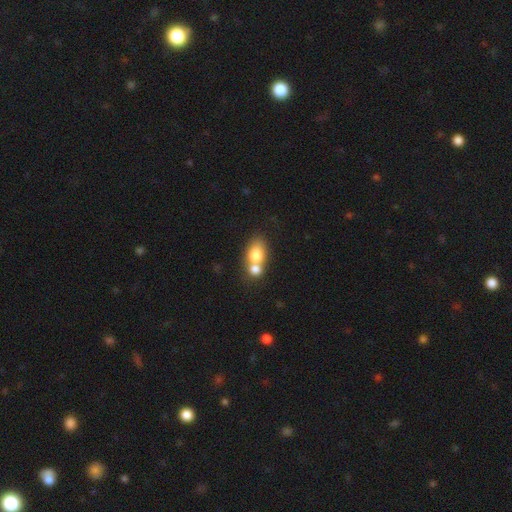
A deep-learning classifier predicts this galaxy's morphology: smooth_or_featured: smooth (p=0.74) [alt: featured or disk p=0.16]
how_rounded: in between (p=0.65) [alt: round p=0.33]
merging: merger (p=0.63) [alt: none p=0.26]